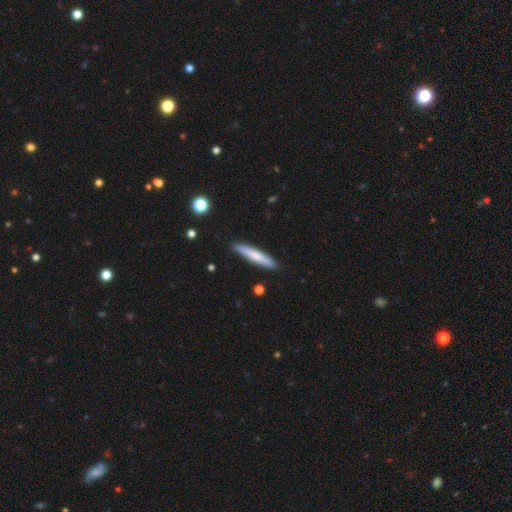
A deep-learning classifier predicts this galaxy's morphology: type=smooth (65%); roundness=cigar-shaped (92%); merging=none (89%).